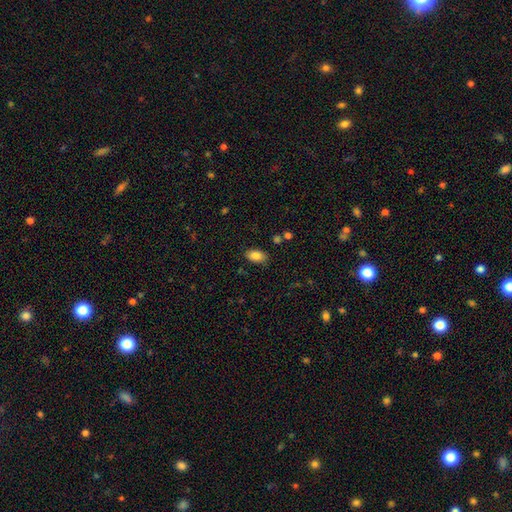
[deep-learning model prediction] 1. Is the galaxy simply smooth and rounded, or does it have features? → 85% smooth, 8% star or artifact, 7% featured or disk.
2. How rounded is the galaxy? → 92% in between, 6% round, 2% cigar-shaped.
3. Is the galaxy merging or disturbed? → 84% none, 11% minor disturbance, 3% major disturbance, 2% merger.